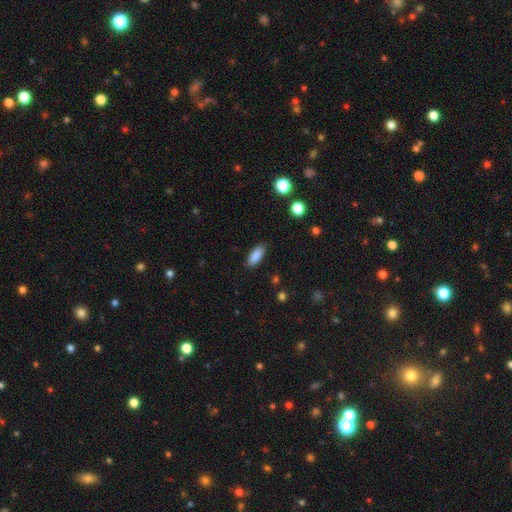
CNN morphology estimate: The model was most divided on "how rounded": in between: 76%, cigar-shaped: 22%, round: 2%. More confident: merging — none (87%); smooth or featured — smooth (87%).